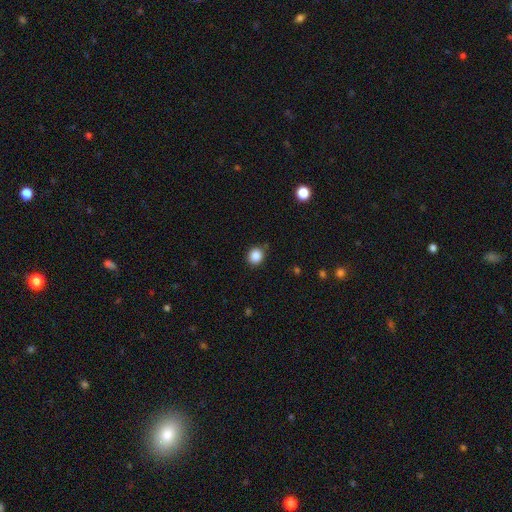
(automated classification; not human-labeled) Smooth or featured?
  - smooth: 86% *
  - star or artifact: 10%
  - featured or disk: 3%
How rounded?
  - round: 84% *
  - in between: 15%
  - cigar-shaped: 1%
Merging?
  - none: 85% *
  - minor disturbance: 11%
  - major disturbance: 3%
  - merger: 2%